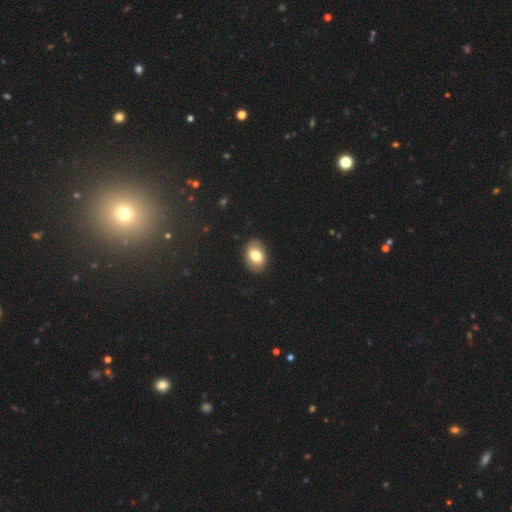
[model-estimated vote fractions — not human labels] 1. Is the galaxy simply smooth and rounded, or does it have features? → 79% smooth, 14% featured or disk, 8% star or artifact.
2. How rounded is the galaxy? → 80% in between, 18% round, 1% cigar-shaped.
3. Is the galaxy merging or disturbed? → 88% none, 8% minor disturbance, 2% major disturbance, 1% merger.